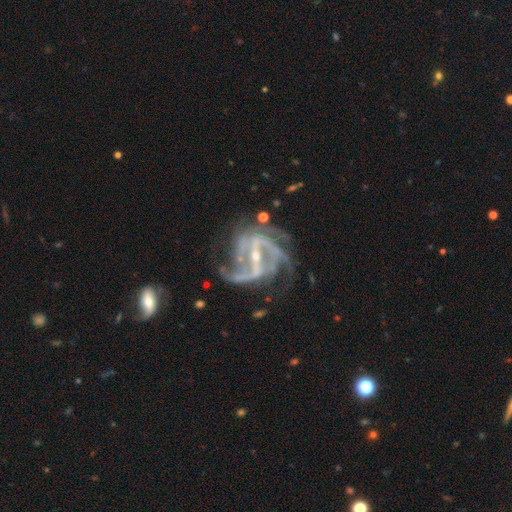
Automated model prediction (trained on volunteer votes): A featured or disk galaxy (92%) with a strong bar (73%), 2 (54%) medium (49%) spiral arms (97%) and a small central bulge (73%).

Vote fractions:
- Smooth or featured? featured or disk: 92% / star or artifact: 6% / smooth: 2%
- Edge-on disk? no: 97% / yes: 3%
- Bar? strong: 73% / weak: 20% / no: 7%
- Spiral arms? yes: 97% / no: 3%
- Spiral winding? medium: 49% / loose: 32% / tight: 18%
- Spiral arm count? 2: 54% / 3: 19% / can't tell: 9% / 4: 7% / 1: 5% / more than 4: 5%
- Bulge size? small: 73% / moderate: 23% / none: 2% / large: 1% / dominant: 1%
- Merging? none: 50% / major disturbance: 24% / minor disturbance: 21% / merger: 4%